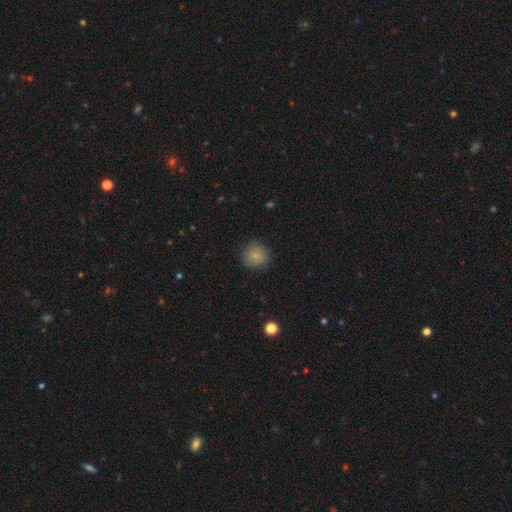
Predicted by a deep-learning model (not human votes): smooth_or_featured: smooth (p=0.82) [alt: star or artifact p=0.09]
how_rounded: round (p=0.87) [alt: in between p=0.12]
merging: none (p=0.83) [alt: minor disturbance p=0.13]